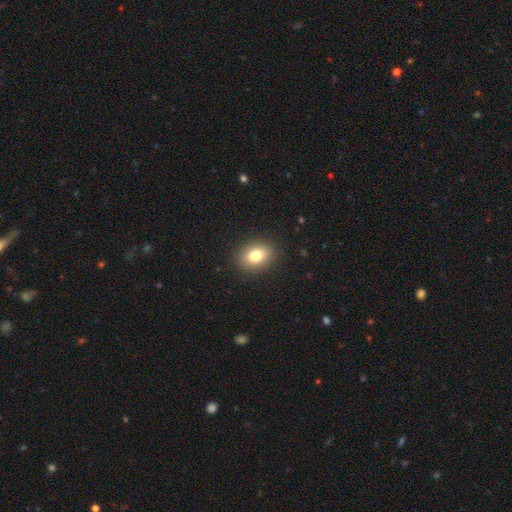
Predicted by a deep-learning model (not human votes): This appears to be a smooth galaxy with no disk features (79%) that is in between round and cigar-shaped (53%). Merging: none (89%).